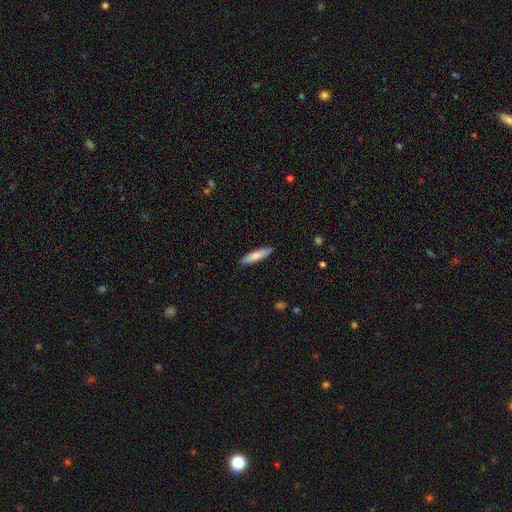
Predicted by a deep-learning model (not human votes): Smooth or featured? Predicted: smooth (p=0.80). How rounded? Predicted: cigar-shaped (p=0.81). Merging? Predicted: none (p=0.90).